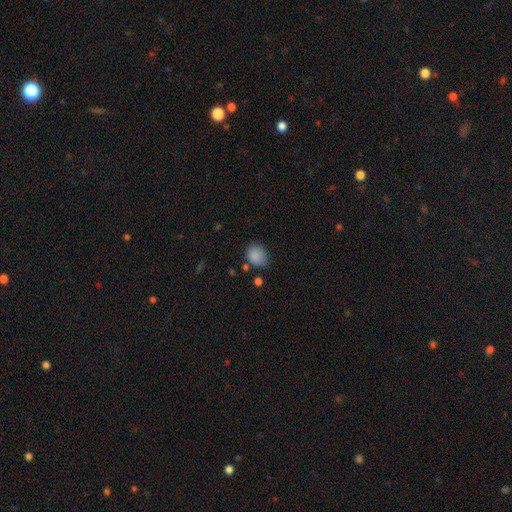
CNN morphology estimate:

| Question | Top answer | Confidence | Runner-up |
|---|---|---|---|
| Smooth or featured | smooth | 86% | star or artifact (9%) |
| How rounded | in between | 56% | round (43%) |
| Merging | none | 70% | minor disturbance (20%) |